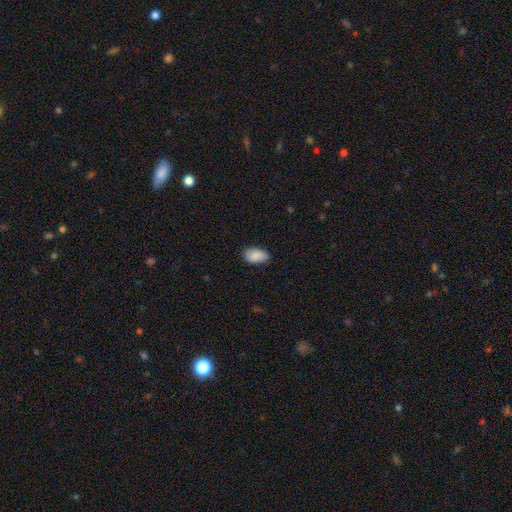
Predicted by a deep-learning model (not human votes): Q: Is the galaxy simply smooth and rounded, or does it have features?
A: smooth — 87%.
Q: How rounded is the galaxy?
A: in between — 93%.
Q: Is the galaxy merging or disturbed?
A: none — 77%.